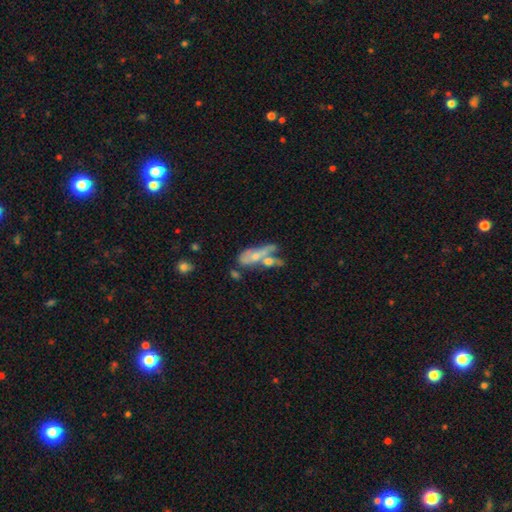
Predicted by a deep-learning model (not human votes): Smooth or featured? Predicted: smooth (p=0.45, tied with featured or disk). Merging? Predicted: merger (p=0.50).